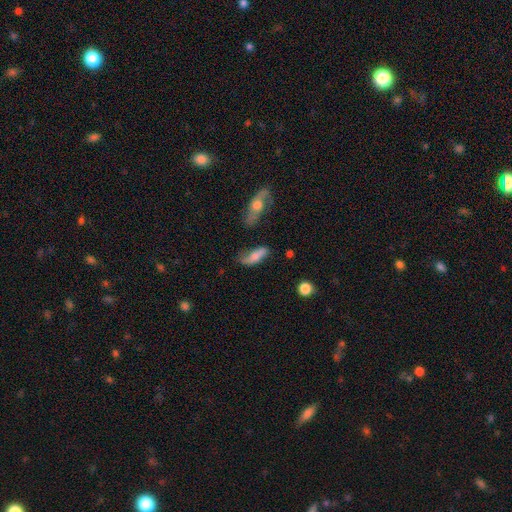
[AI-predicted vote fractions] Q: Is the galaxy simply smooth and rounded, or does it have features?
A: smooth — 61%.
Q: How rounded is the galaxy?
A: in between — 63%.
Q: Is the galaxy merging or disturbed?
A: none — 55%.